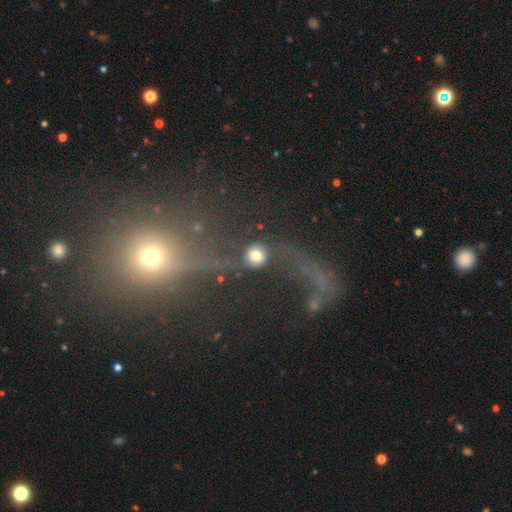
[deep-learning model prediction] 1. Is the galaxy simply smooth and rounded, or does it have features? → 71% smooth, 17% featured or disk, 12% star or artifact.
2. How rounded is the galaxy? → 92% round, 6% in between, 2% cigar-shaped.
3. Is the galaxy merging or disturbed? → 65% none, 15% major disturbance, 11% minor disturbance, 9% merger.